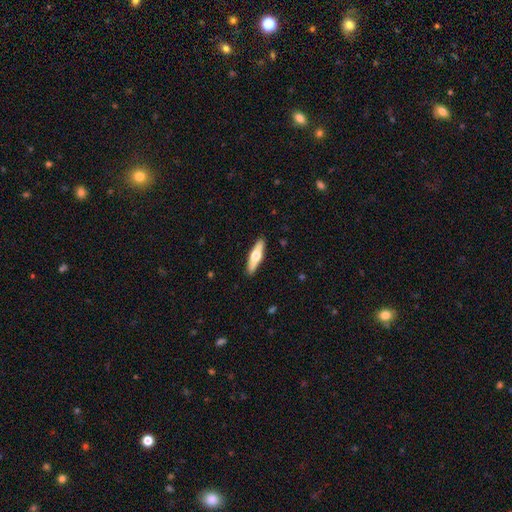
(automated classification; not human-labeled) Morphology: type=featured or disk (48%); merging=none (90%).